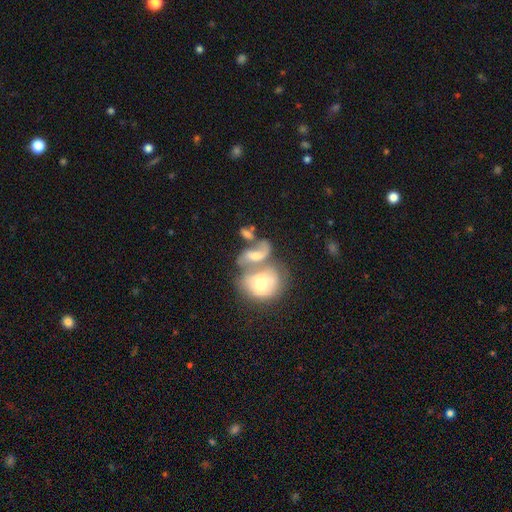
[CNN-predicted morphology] This is possibly a featured or disk galaxy (58%). It is clearly not viewed edge-on (95%). Bar: possibly no (51%). Spiral arm pattern: likely yes (72%). Central bulge: possibly moderate (60%). Merging: likely merger (66%).